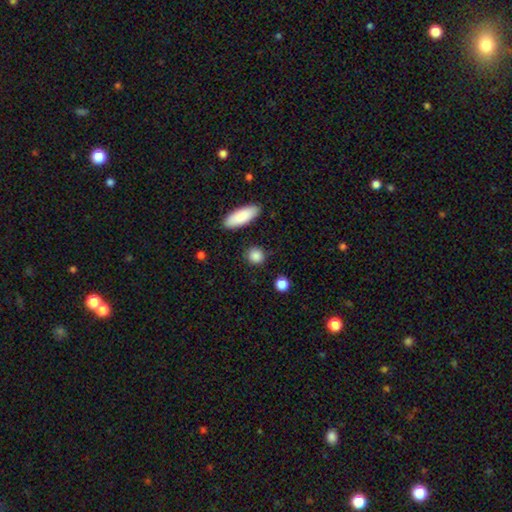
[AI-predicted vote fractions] smooth-or-featured: smooth: 88% | star or artifact: 8% | featured or disk: 4%
  how-rounded: round: 76% | in between: 20% | cigar-shaped: 4%
  merging: none: 87% | minor disturbance: 8% | merger: 3% | major disturbance: 3%